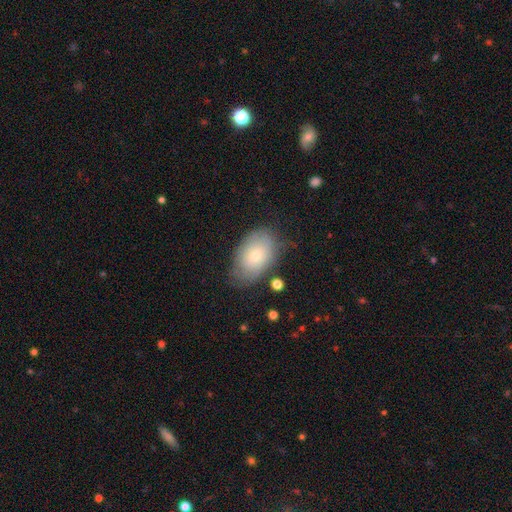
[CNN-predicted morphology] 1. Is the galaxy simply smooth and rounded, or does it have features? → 62% smooth, 30% featured or disk, 8% star or artifact.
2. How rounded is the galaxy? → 88% in between, 11% round, 1% cigar-shaped.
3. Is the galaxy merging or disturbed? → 68% none, 23% minor disturbance, 7% major disturbance, 2% merger.